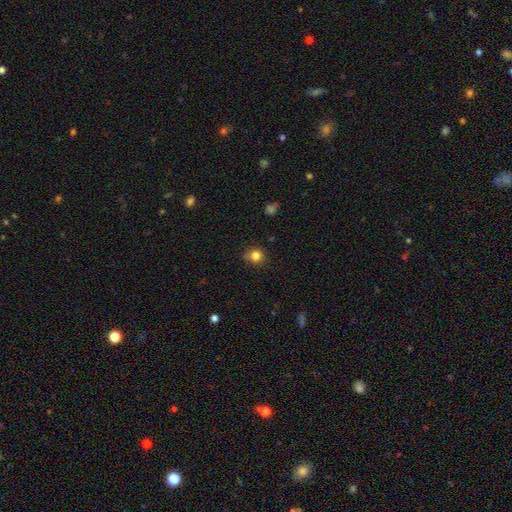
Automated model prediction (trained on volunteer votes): A smooth galaxy with no disk features (83%) that is round (88%).

Vote fractions:
- Smooth or featured? smooth: 83% / star or artifact: 12% / featured or disk: 5%
- How rounded? round: 88% / in between: 11% / cigar-shaped: 1%
- Merging? none: 75% / minor disturbance: 19% / major disturbance: 4% / merger: 3%